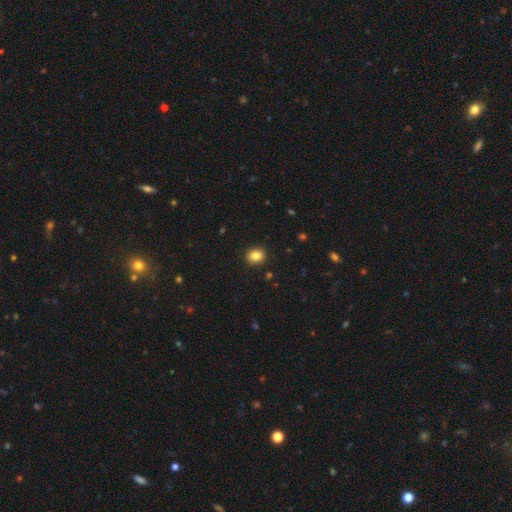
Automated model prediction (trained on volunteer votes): Smooth or featured?
  - smooth: 84% *
  - star or artifact: 10%
  - featured or disk: 5%
How rounded?
  - round: 70% *
  - in between: 29%
  - cigar-shaped: 1%
Merging?
  - none: 91% *
  - minor disturbance: 6%
  - major disturbance: 2%
  - merger: 1%